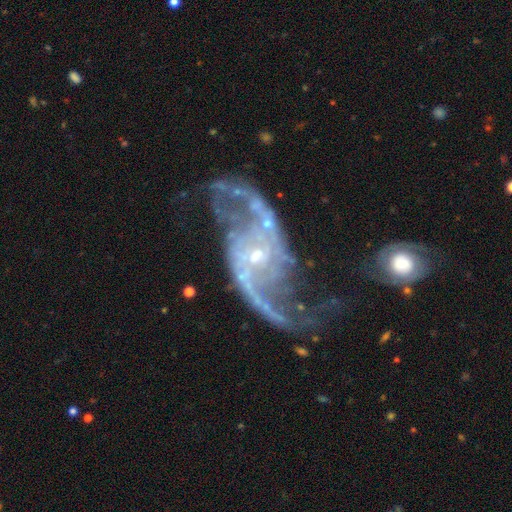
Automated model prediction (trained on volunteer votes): smooth-or-featured: featured or disk: 91% | star or artifact: 6% | smooth: 3%
  disk-edge-on: no: 97% | yes: 3%
    bar: no: 45% | weak: 39% | strong: 16%
    has-spiral-arms: yes: 96% | no: 4%
      spiral-winding: loose: 64% | medium: 28% | tight: 8%
      spiral-arm-count: 2: 90% | can't tell: 3% | 3: 2% | 1: 2% | 4: 1% | more than 4: 1%
    bulge-size: small: 73% | moderate: 22% | none: 2% | large: 2% | dominant: 1%
  merging: none: 50% | major disturbance: 21% | minor disturbance: 20% | merger: 10%